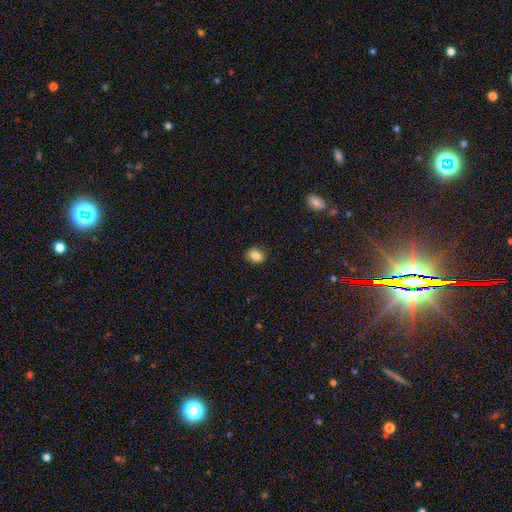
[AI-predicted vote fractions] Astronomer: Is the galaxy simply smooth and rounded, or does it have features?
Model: smooth — 85%.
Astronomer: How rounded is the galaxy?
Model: in between — 55% (runner-up: round, 44%).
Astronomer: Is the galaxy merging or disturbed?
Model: none — 86%.